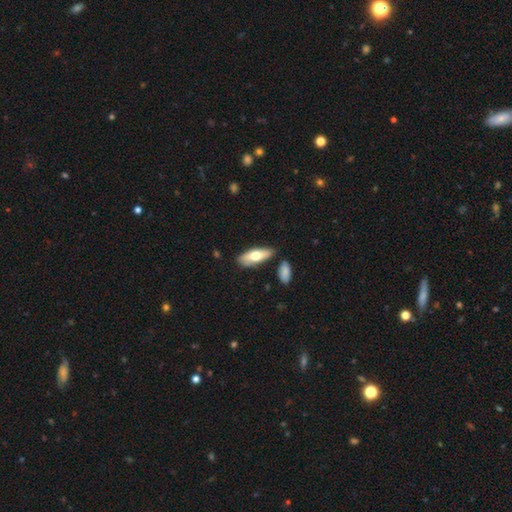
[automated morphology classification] smooth_or_featured: smooth (p=0.64) [alt: featured or disk p=0.30]
how_rounded: in between (p=0.68) [alt: cigar-shaped p=0.29]
merging: none (p=0.77) [alt: minor disturbance p=0.14]